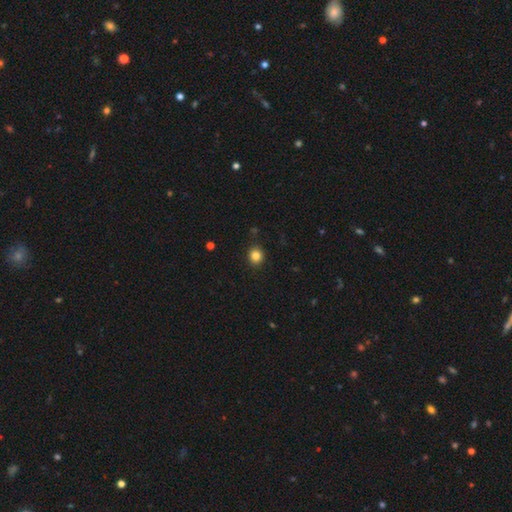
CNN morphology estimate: Smooth or featured? smooth (83%)
How rounded? round (81%)
Merging? none (89%)